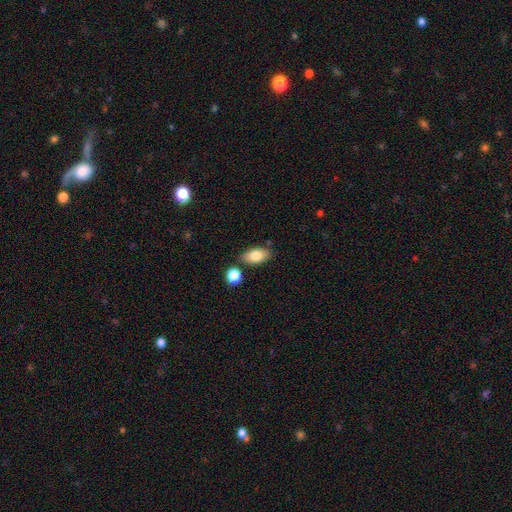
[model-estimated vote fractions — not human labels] This is clearly a smooth galaxy (81%). How rounded: clearly in between (91%). Merging: likely none (78%).